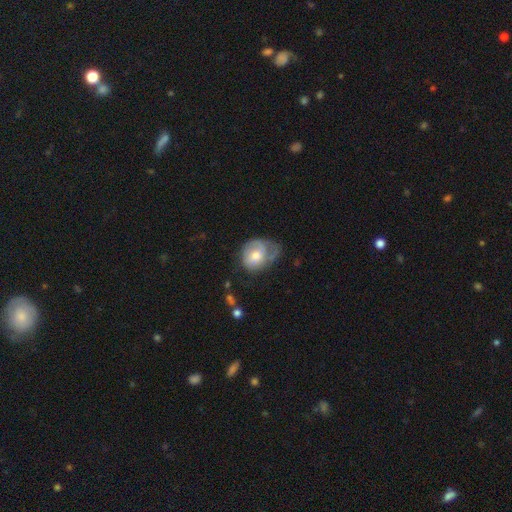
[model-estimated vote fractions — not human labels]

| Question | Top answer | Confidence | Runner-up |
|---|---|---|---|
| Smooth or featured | featured or disk | 50% | smooth (44%) |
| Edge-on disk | no | 97% | yes (3%) |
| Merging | none | 34% | minor disturbance (33%) |